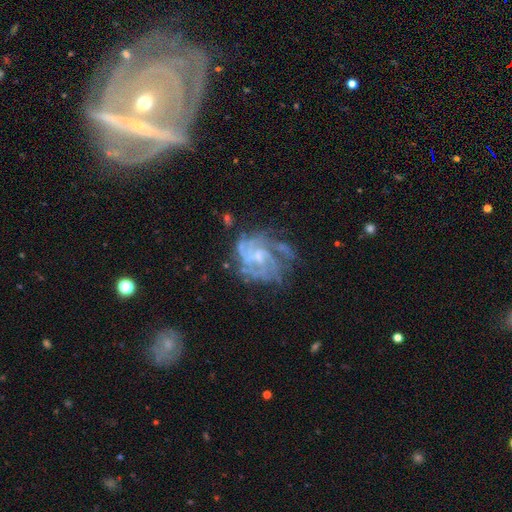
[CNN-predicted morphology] A featured or disk galaxy (82%) with no bar (55%), tight (55%) spiral arms (91%) and a small central bulge (52%). Merging: none (55%).